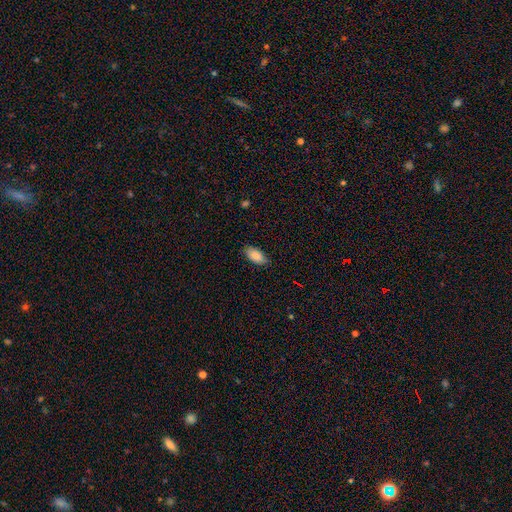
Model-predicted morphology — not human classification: Smooth or featured: smooth — 87% (star or artifact — 6%)
How rounded: in between — 92% (cigar-shaped — 6%)
Merging: none — 82% (minor disturbance — 14%)